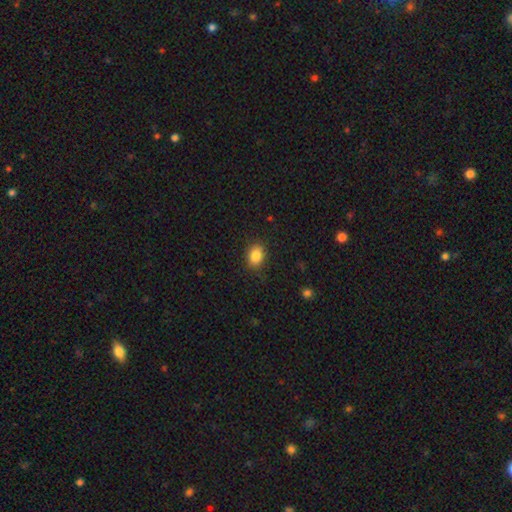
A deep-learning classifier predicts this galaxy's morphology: This is clearly a smooth galaxy (86%). How rounded: likely in between (71%). Merging: clearly none (85%).